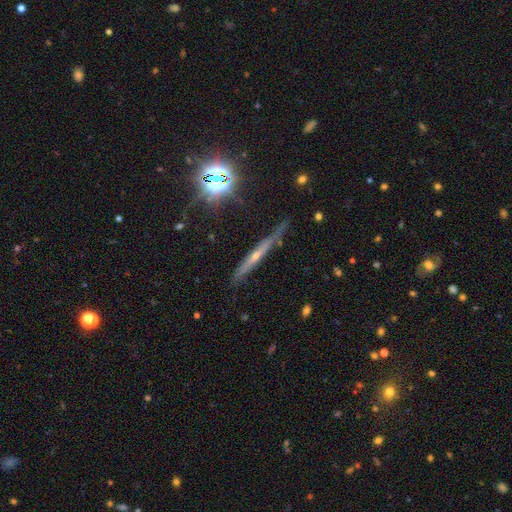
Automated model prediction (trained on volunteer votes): A featured or disk galaxy (62%) viewed edge-on (94%) with a rounded central bulge (59%). Merging: none (80%).